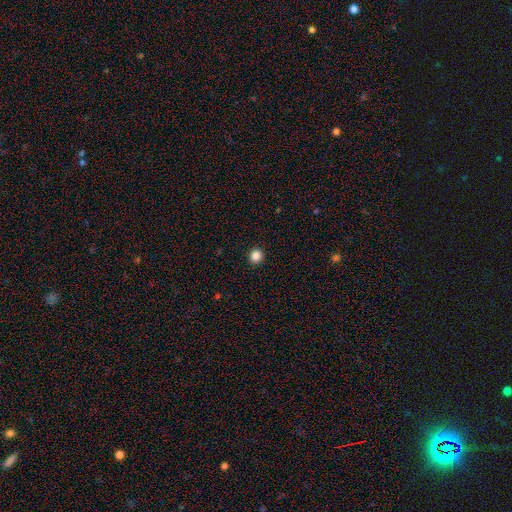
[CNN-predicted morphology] Q: Smooth or featured?
A: smooth (86%); runner-up: star or artifact (11%)
Q: How rounded?
A: round (86%); runner-up: in between (13%)
Q: Merging?
A: none (92%); runner-up: minor disturbance (5%)